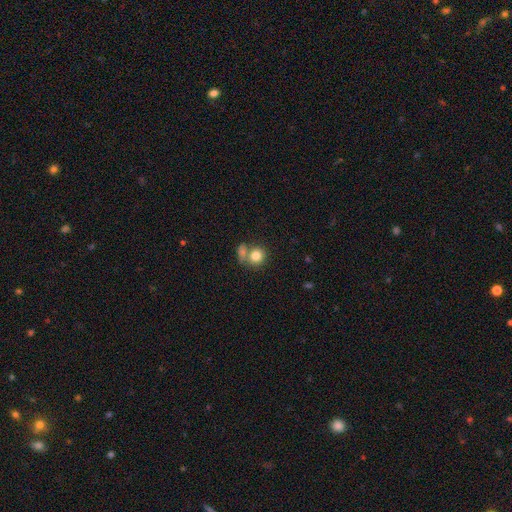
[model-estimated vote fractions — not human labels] Smooth or featured? smooth (81%)
How rounded? round (80%)
Merging? none (48%)